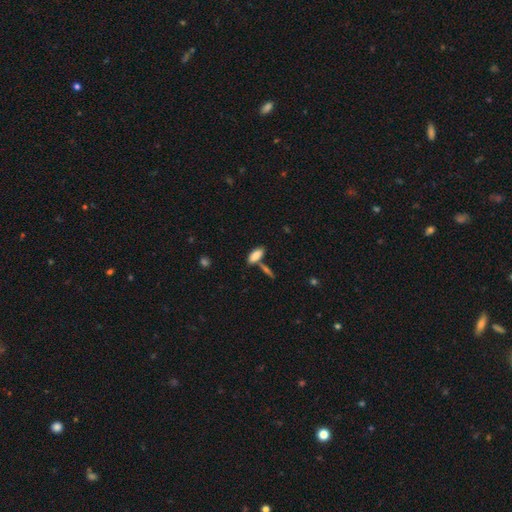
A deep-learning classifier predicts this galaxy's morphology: The model was most divided on "merging": none: 63%, merger: 21%, minor disturbance: 13%, major disturbance: 4%. More confident: smooth or featured — smooth (84%); how rounded — in between (82%).